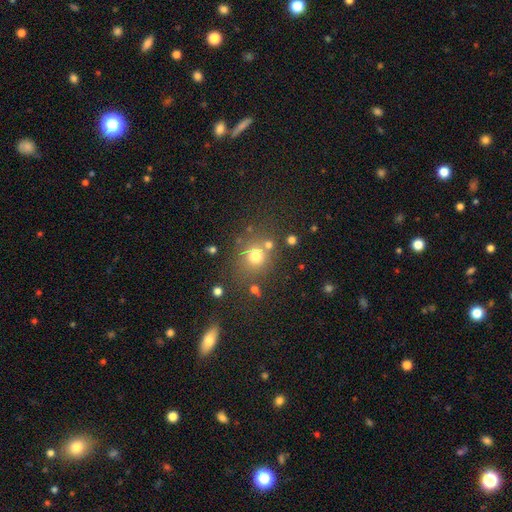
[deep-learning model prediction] Smooth or featured? smooth (70%)
How rounded? round (83%)
Merging? none (68%)